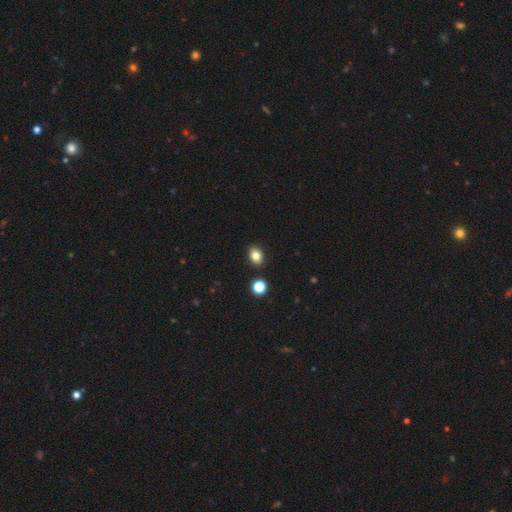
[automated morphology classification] This appears to be a smooth galaxy with no disk features (82%) that is in between round and cigar-shaped (64%). Merging: none (88%).